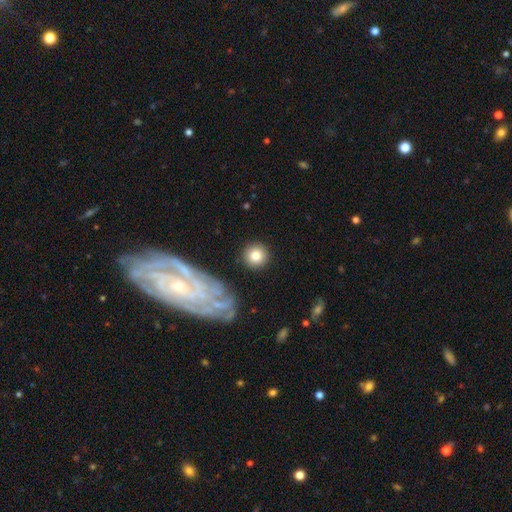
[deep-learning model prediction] Morphology: type=smooth (80%); roundness=round (93%); merging=none (88%).